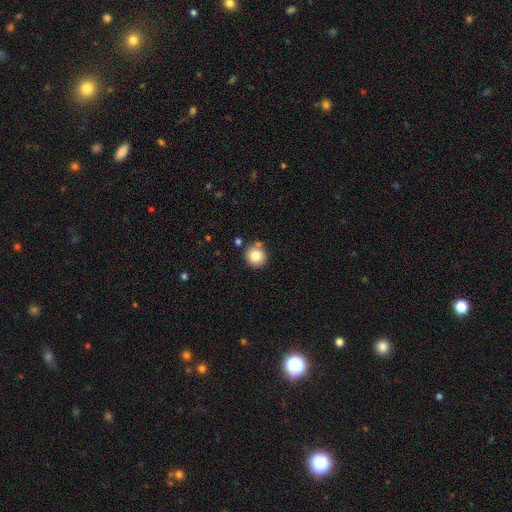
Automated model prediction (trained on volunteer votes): The model was most divided on "merging": none: 77%, minor disturbance: 11%, merger: 9%, major disturbance: 3%. More confident: how rounded — round (93%); smooth or featured — smooth (81%).